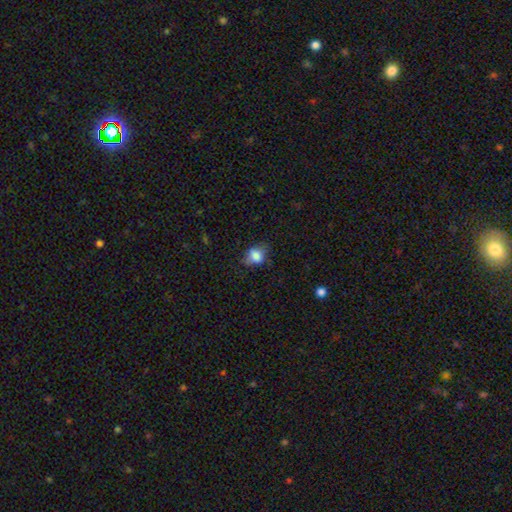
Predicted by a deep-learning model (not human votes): The model was most divided on "how rounded": in between: 52%, round: 46%, cigar-shaped: 1%. More confident: smooth or featured — smooth (80%); merging — none (60%).